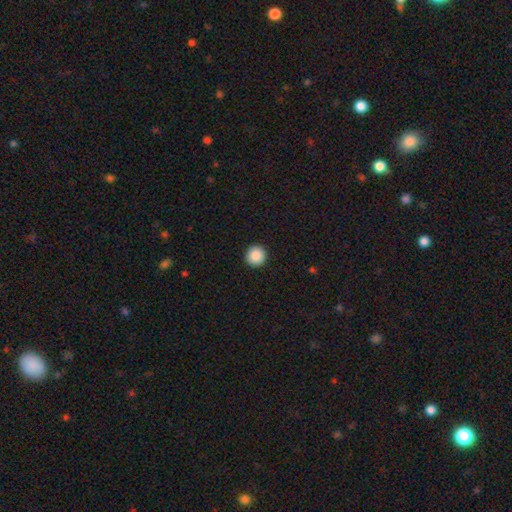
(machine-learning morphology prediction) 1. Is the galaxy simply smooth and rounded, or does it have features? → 89% smooth, 8% star or artifact, 3% featured or disk.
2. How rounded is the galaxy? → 96% round, 3% in between, 1% cigar-shaped.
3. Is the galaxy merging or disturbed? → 93% none, 4% minor disturbance, 1% major disturbance, 1% merger.